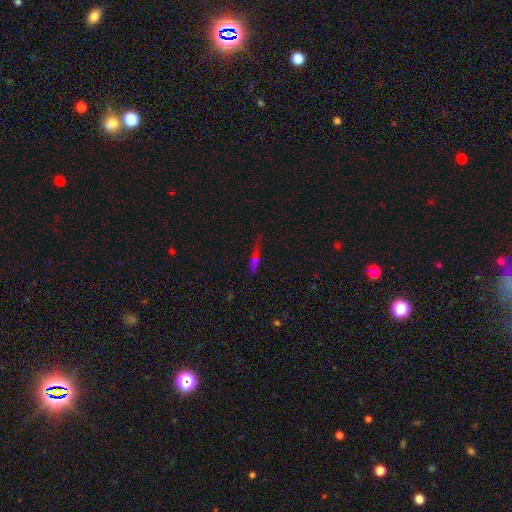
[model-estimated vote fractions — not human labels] A featured or disk galaxy (41%).

Vote fractions:
- Smooth or featured? featured or disk: 41% / star or artifact: 33% / smooth: 25%
- Merging? none: 76% / minor disturbance: 13% / major disturbance: 7% / merger: 4%